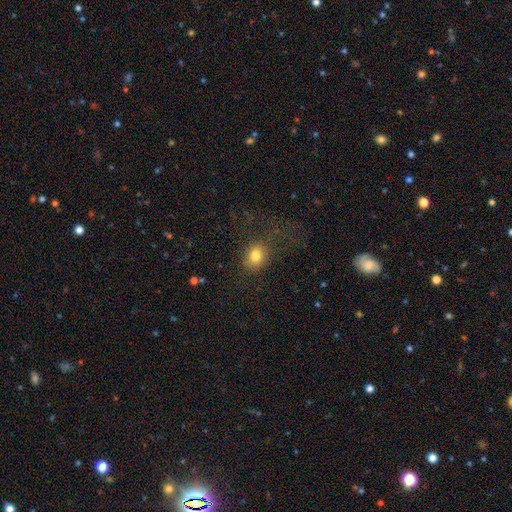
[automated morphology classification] Smooth or featured? Predicted: smooth (p=0.80). How rounded? Predicted: round (p=0.54). Merging? Predicted: none (p=0.73).